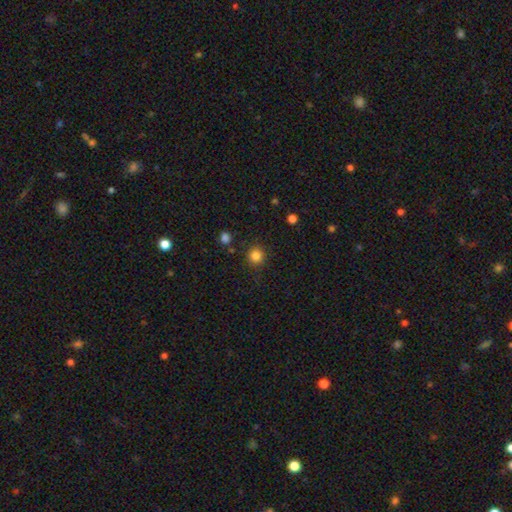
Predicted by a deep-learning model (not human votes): Smooth or featured? smooth (83%)
How rounded? round (93%)
Merging? none (87%)